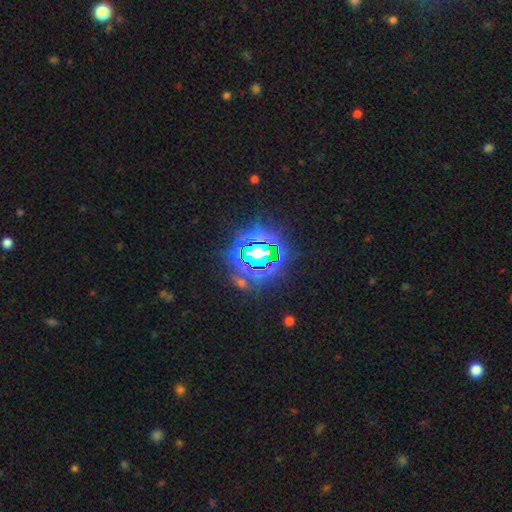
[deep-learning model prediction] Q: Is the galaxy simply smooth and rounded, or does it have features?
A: star or artifact — 83%.